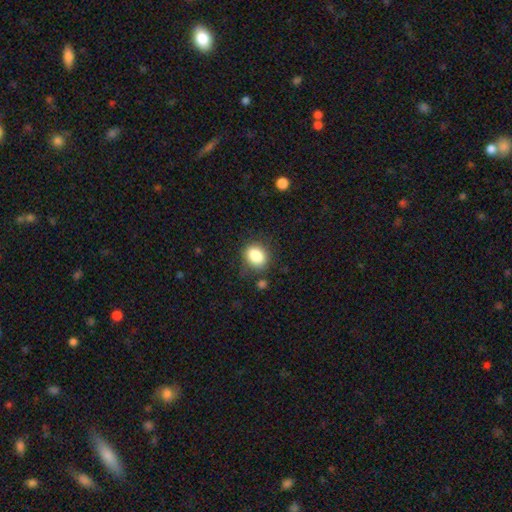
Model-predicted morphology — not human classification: smooth 85%, star or artifact 9%, featured or disk 6%. Down the decision tree: how rounded — in between (50%); merging — none (78%).